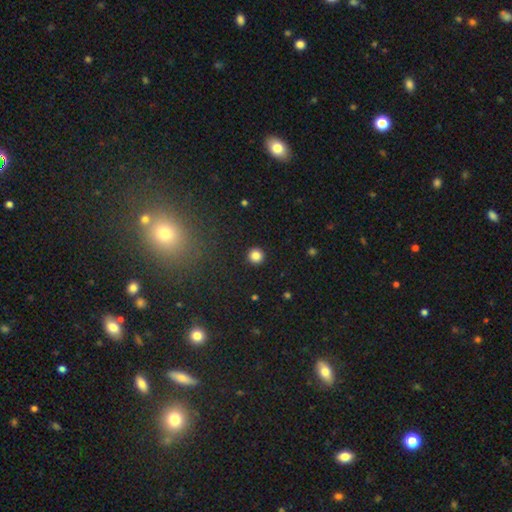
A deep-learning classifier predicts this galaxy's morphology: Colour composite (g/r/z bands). It shows a smooth galaxy with no disk features (84%) that is round (96%). Merging: none (93%).